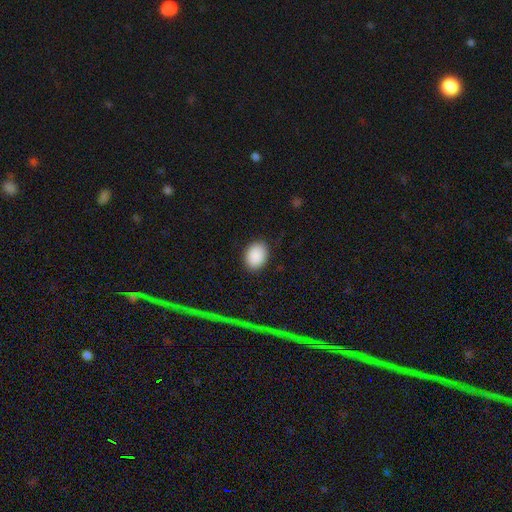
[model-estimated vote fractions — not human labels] Overall: smooth (90%). How rounded: in between (67%; round 32%). Merging: none (86%).